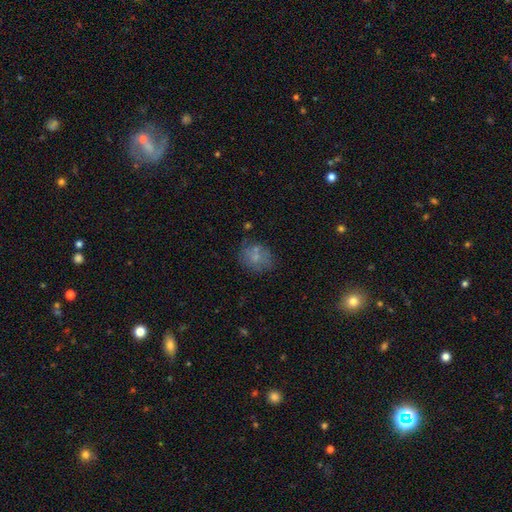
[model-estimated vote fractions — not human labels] The model was most divided on "how rounded": round: 61%, in between: 38%, cigar-shaped: 1%. More confident: smooth or featured — smooth (65%); merging — none (58%).